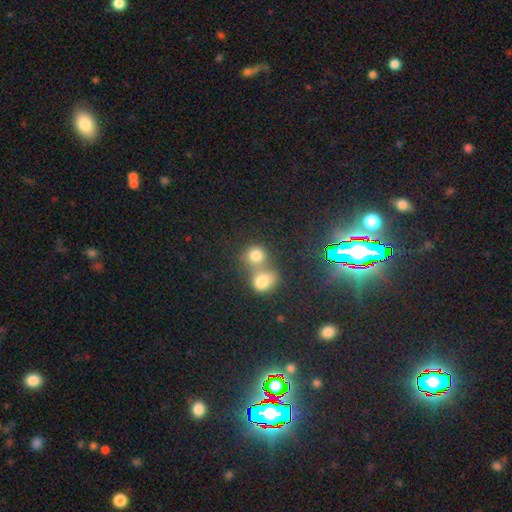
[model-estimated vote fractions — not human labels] smooth_or_featured: smooth (p=0.76) [alt: star or artifact p=0.15]
how_rounded: round (p=0.79) [alt: in between p=0.20]
merging: merger (p=0.57) [alt: none p=0.33]